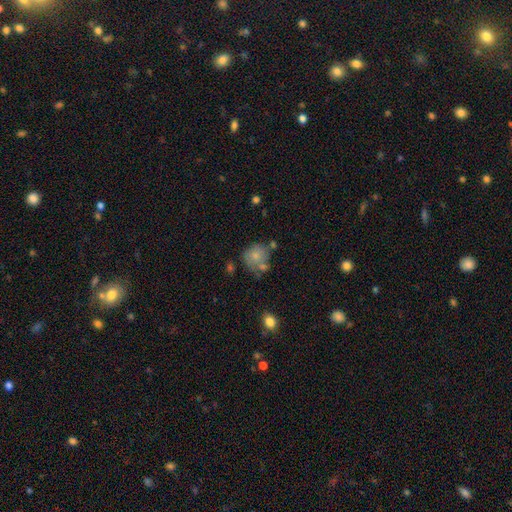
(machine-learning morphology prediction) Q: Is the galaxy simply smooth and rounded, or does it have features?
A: smooth — 69%.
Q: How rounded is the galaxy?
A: round — 78%.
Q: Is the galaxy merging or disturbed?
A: none — 47%.